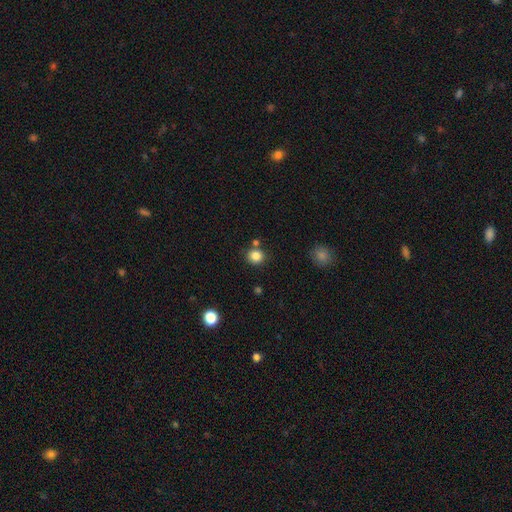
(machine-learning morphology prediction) A smooth galaxy with no disk features (84%) that is round (86%).

Vote fractions:
- Smooth or featured? smooth: 84% / star or artifact: 11% / featured or disk: 4%
- How rounded? round: 86% / in between: 13% / cigar-shaped: 1%
- Merging? none: 77% / merger: 11% / minor disturbance: 9% / major disturbance: 3%